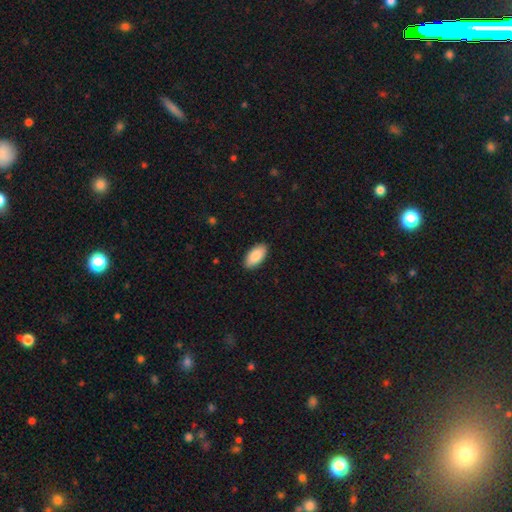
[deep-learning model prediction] smooth 88%, featured or disk 6%, star or artifact 6%. Down the decision tree: how rounded — in between (95%); merging — none (89%).